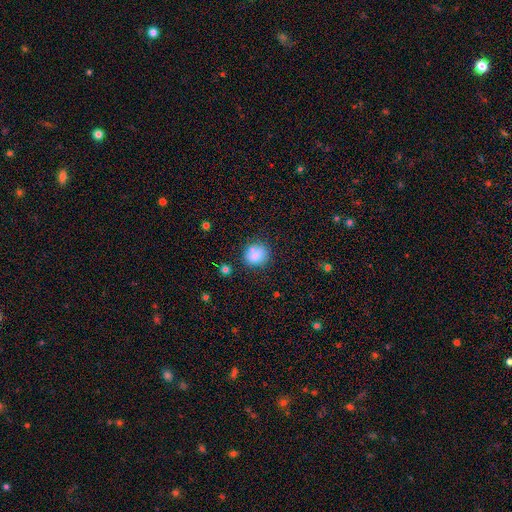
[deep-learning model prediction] This appears to be a smooth galaxy with no disk features (78%) that is round (78%). Merging: none (68%).